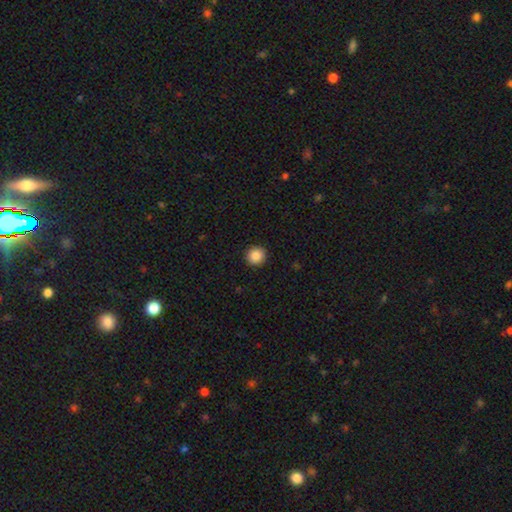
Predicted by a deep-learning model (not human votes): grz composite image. It shows a smooth galaxy with no disk features (87%) that is round (93%). Merging: none (93%).